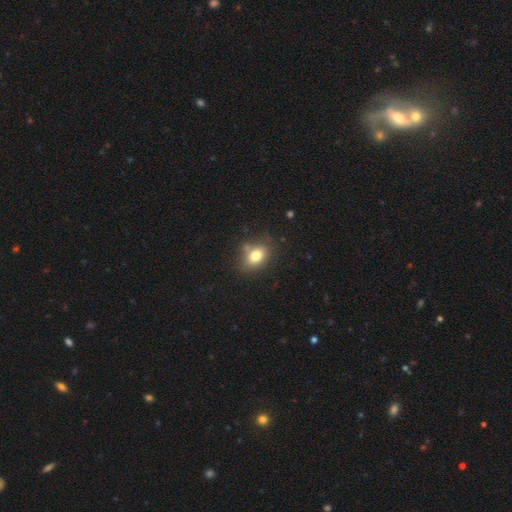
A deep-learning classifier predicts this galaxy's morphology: type=smooth (79%); roundness=in between (73%); merging=none (71%).